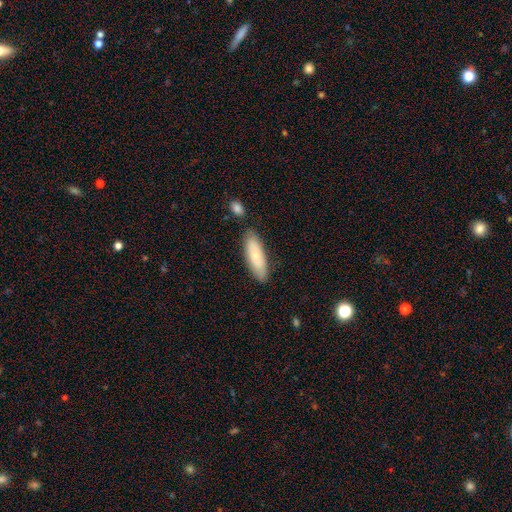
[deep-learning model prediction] smooth 73%, featured or disk 21%, star or artifact 6%. Down the decision tree: how rounded — in between (51%); merging — none (80%).